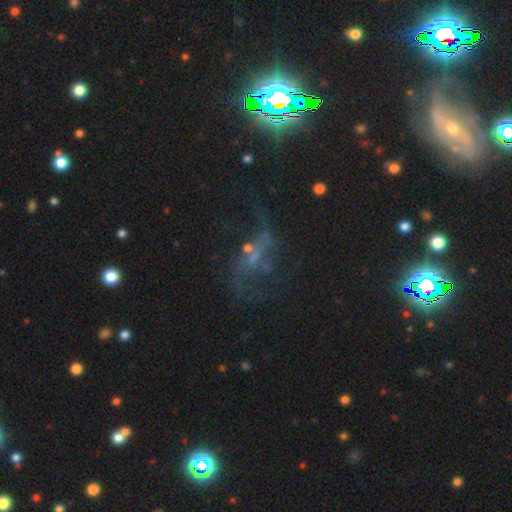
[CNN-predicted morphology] This appears to be a featured or disk galaxy (56%) with no bar (66%), spiral arms (57%) and a small central bulge (43%). Merging: none (40%).